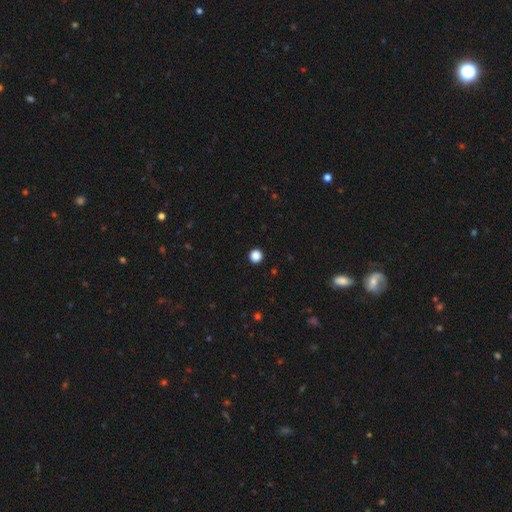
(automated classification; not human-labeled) This is clearly a smooth galaxy (86%). How rounded: clearly round (95%). Merging: clearly none (94%).